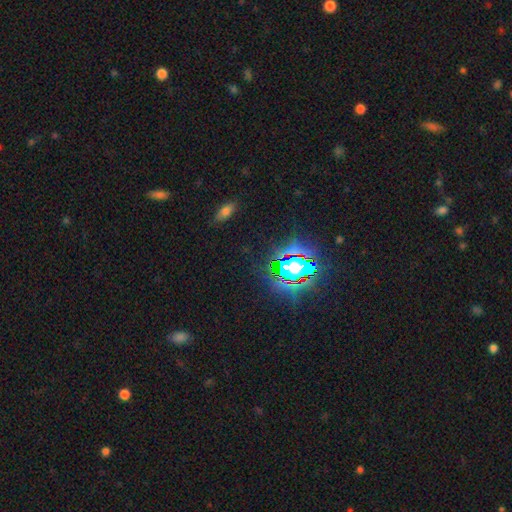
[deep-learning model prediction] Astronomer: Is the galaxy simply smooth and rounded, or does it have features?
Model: star or artifact — 78%.